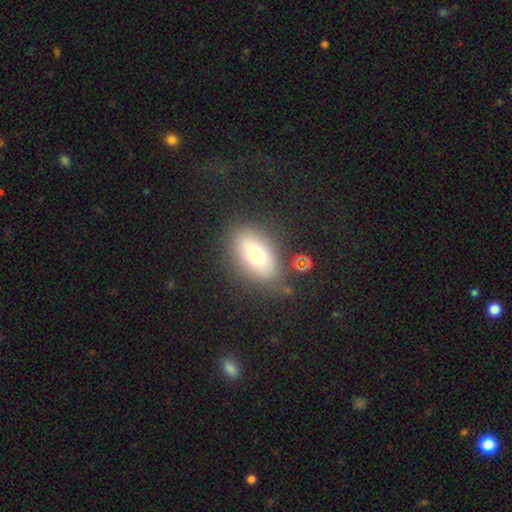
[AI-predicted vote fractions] This appears to be a smooth galaxy with no disk features (69%) that is in between round and cigar-shaped (88%). Merging: none (73%).